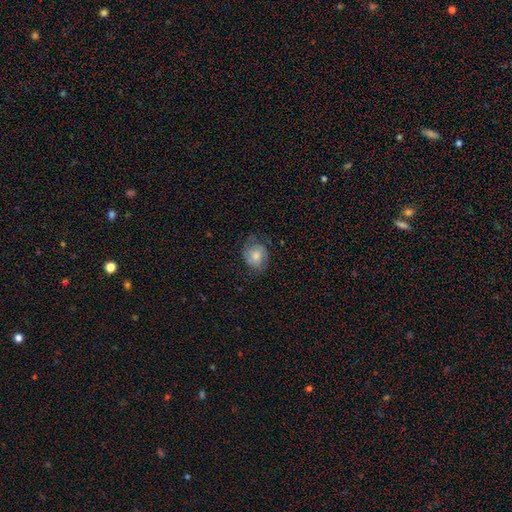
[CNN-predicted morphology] Smooth or featured? Predicted: smooth (p=0.54). How rounded? Predicted: round (p=0.58). Merging? Predicted: none (p=0.59).